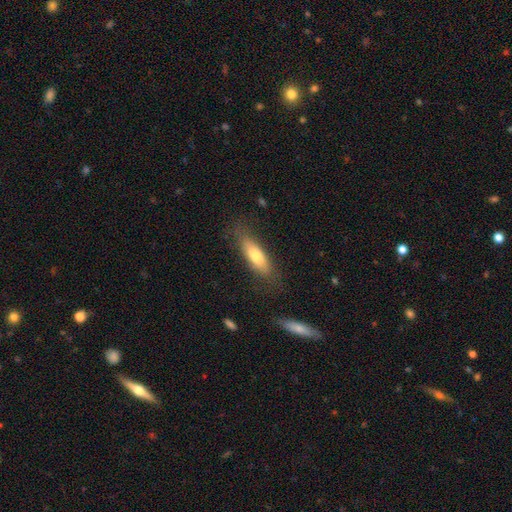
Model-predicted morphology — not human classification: Smooth or featured? smooth (71%)
How rounded? in between (52%)
Merging? none (76%)